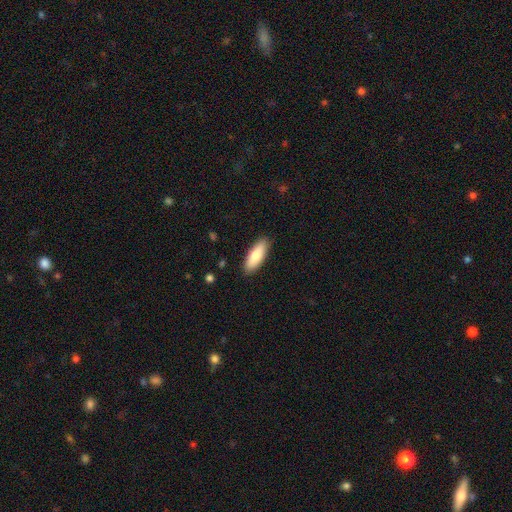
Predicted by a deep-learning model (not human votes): This appears to be a smooth galaxy with no disk features (81%) that is in between round and cigar-shaped (62%). Merging: none (88%).